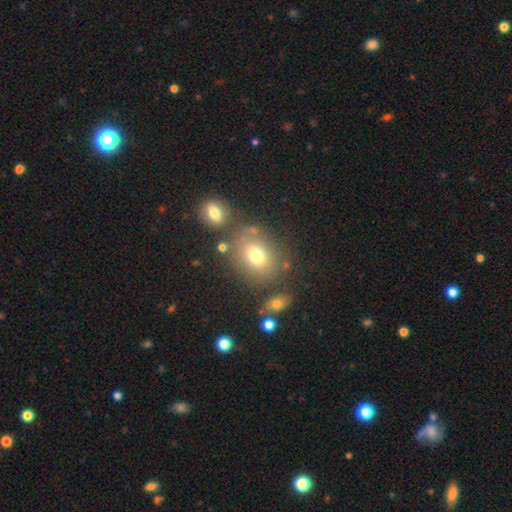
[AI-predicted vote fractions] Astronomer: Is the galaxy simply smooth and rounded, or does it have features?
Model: smooth — 72%.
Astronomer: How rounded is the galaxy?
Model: round — 61% (runner-up: in between, 38%).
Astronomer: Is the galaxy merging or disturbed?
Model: none — 69%.